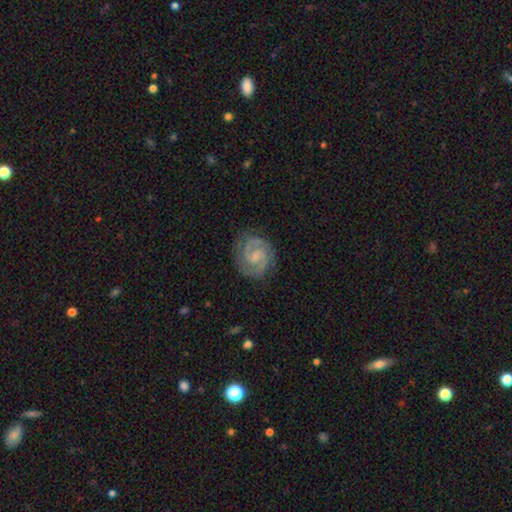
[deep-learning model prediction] smooth-or-featured: featured or disk: 90% | smooth: 6% | star or artifact: 5%
  disk-edge-on: no: 98% | yes: 2%
    bar: weak: 47% | no: 42% | strong: 11%
    has-spiral-arms: yes: 98% | no: 2%
      spiral-winding: tight: 57% | medium: 38% | loose: 5%
      spiral-arm-count: 2: 90% | 3: 4% | can't tell: 3% | 1: 1% | 4: 1% | more than 4: 1%
    bulge-size: small: 48% | none: 27% | moderate: 22% | large: 2% | dominant: 1%
  merging: none: 83% | minor disturbance: 12% | major disturbance: 3% | merger: 1%